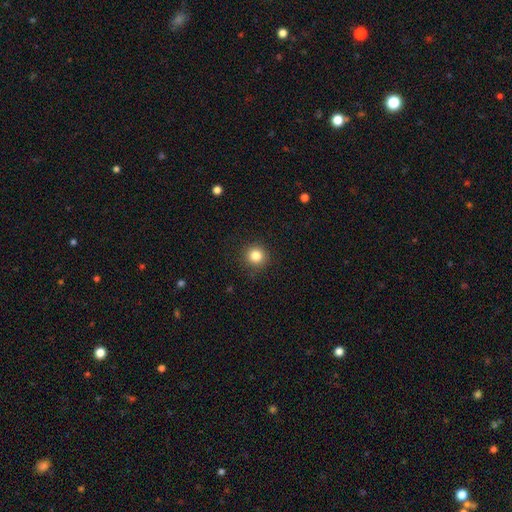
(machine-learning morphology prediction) The model was most divided on "smooth or featured": smooth: 83%, star or artifact: 11%, featured or disk: 5%. More confident: how rounded — round (94%); merging — none (91%).